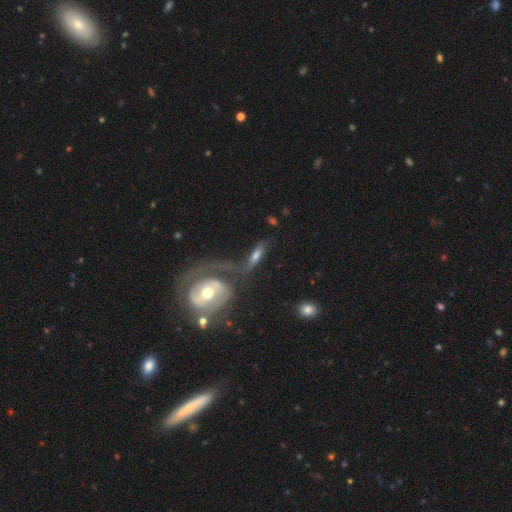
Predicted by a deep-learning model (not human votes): Smooth or featured: featured or disk — 57% (smooth — 35%)
Edge-on disk: no — 71% (yes — 29%)
Merging: none — 36% (merger — 28%)